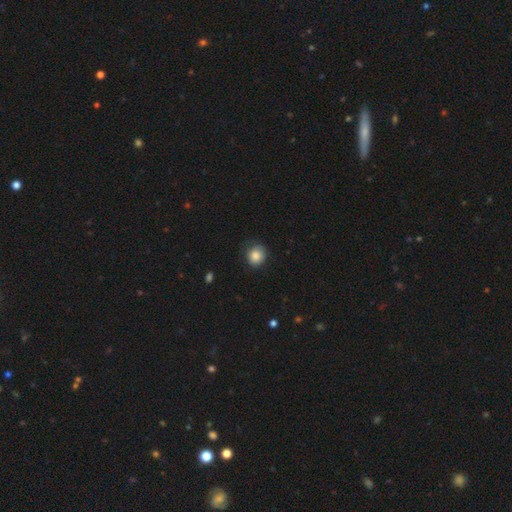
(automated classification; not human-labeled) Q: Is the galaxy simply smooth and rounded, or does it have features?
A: smooth — 84%.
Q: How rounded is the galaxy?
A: round — 84%.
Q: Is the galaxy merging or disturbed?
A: none — 72%.